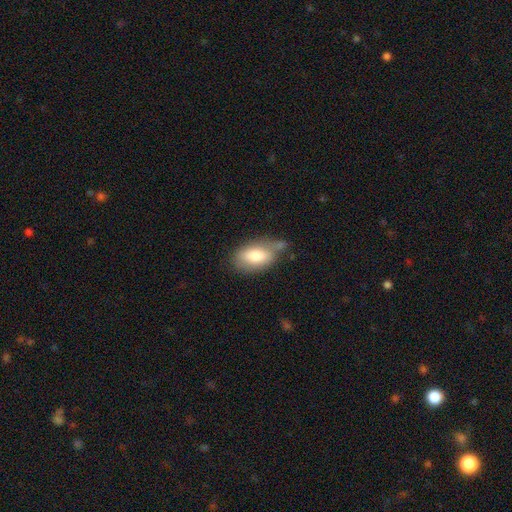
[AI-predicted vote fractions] Smooth or featured? Predicted: smooth (p=0.77). How rounded? Predicted: in between (p=0.91). Merging? Predicted: none (p=0.54).